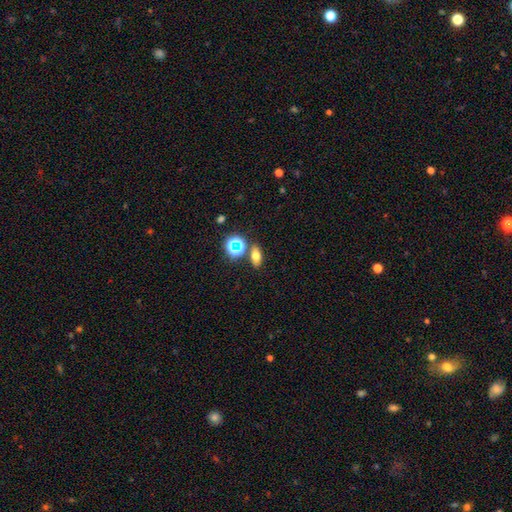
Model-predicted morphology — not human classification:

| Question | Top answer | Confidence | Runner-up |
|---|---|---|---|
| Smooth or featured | smooth | 62% | star or artifact (20%) |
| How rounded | in between | 70% | round (18%) |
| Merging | none | 78% | merger (10%) |